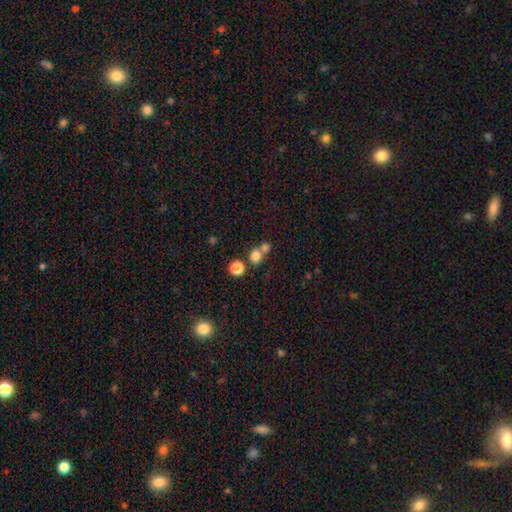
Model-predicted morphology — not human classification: This appears to be a smooth galaxy with no disk features (76%) that is round (84%). Merging: none (48%).